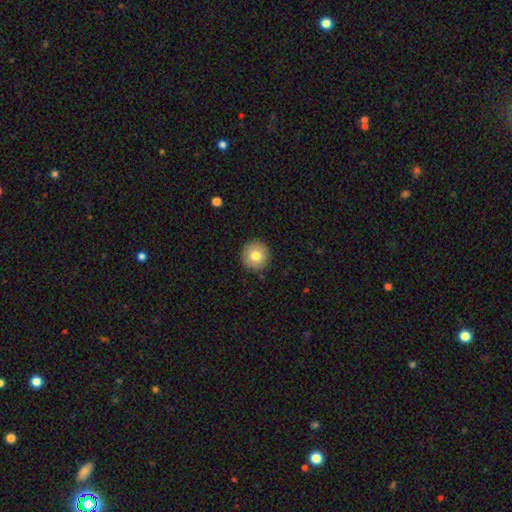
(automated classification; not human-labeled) The model was most divided on "smooth or featured": smooth: 78%, featured or disk: 13%, star or artifact: 9%. More confident: how rounded — round (96%); merging — none (91%).